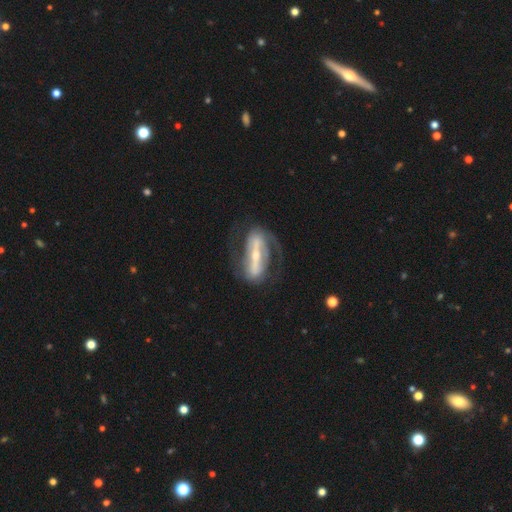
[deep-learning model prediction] The model was most divided on "spiral winding": medium: 42%, tight: 33%, loose: 25%. More confident: smooth or featured — featured or disk (84%); edge-on disk — no (83%); spiral arms — yes (83%); spiral arm count — 2 (81%); bar — strong (78%); merging — none (65%); bulge size — small (57%).